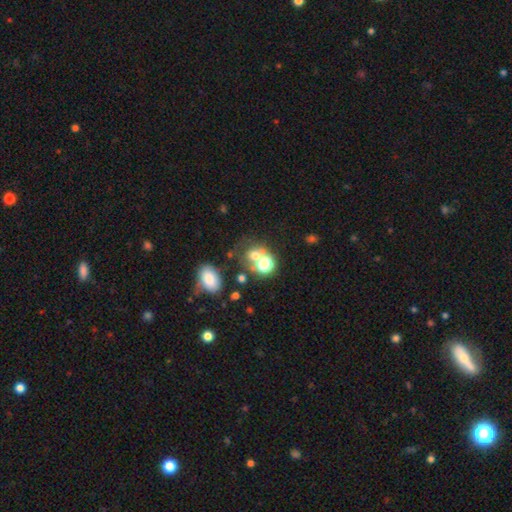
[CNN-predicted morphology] type=smooth (61%); roundness=round (69%); merging=none (41%).